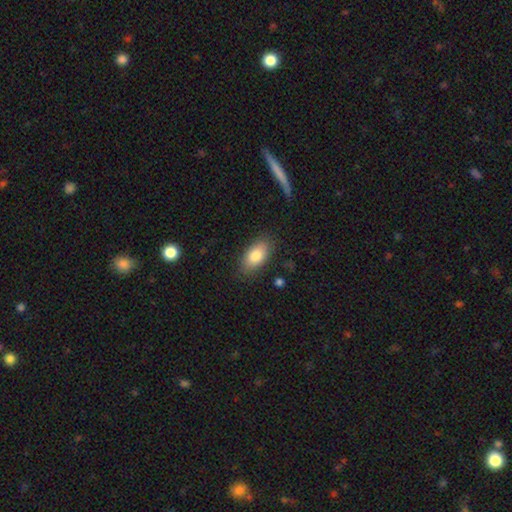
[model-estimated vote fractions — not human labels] Smooth or featured: smooth — 80% (featured or disk — 13%)
How rounded: in between — 91% (cigar-shaped — 5%)
Merging: none — 84% (minor disturbance — 12%)